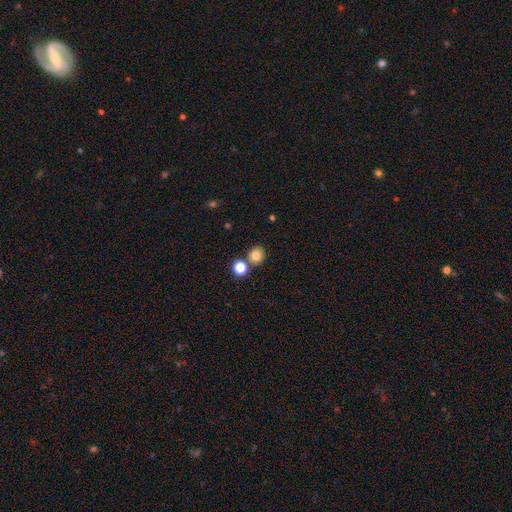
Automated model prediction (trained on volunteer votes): smooth 79%, star or artifact 14%, featured or disk 7%. Down the decision tree: how rounded — round (83%); merging — none (73%).